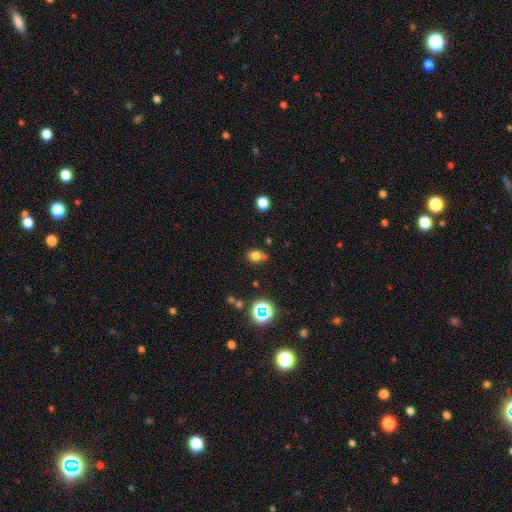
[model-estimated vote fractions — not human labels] smooth_or_featured: smooth (p=0.76) [alt: star or artifact p=0.17]
how_rounded: round (p=0.65) [alt: in between p=0.34]
merging: none (p=0.67) [alt: minor disturbance p=0.18]